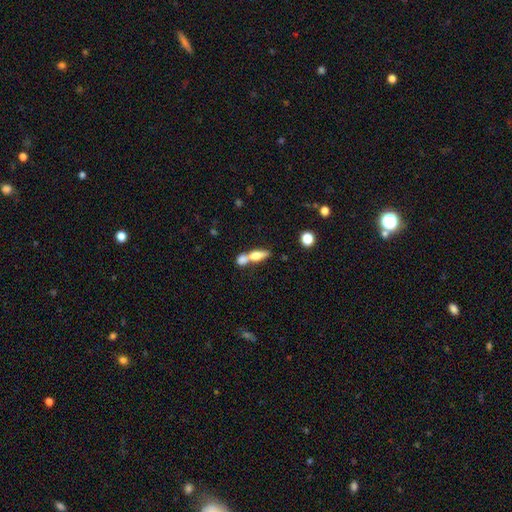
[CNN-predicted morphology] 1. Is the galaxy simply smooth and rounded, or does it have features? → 60% smooth, 31% featured or disk, 8% star or artifact.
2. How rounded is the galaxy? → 48% in between, 44% cigar-shaped, 8% round.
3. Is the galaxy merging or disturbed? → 56% merger, 31% none, 8% minor disturbance, 4% major disturbance.